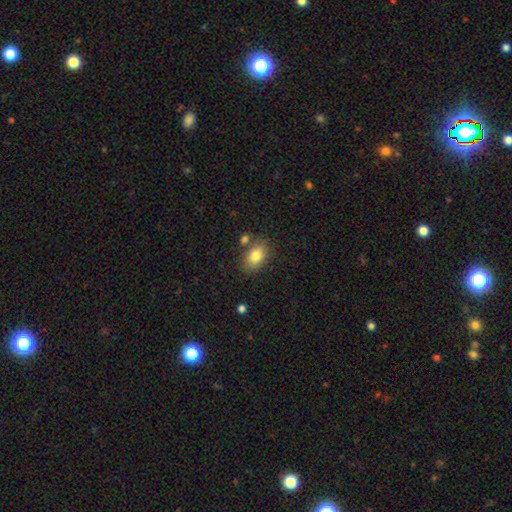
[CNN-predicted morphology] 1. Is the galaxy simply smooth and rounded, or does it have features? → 82% smooth, 9% featured or disk, 8% star or artifact.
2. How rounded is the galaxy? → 83% in between, 16% round, 1% cigar-shaped.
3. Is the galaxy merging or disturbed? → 75% none, 12% minor disturbance, 9% merger, 3% major disturbance.